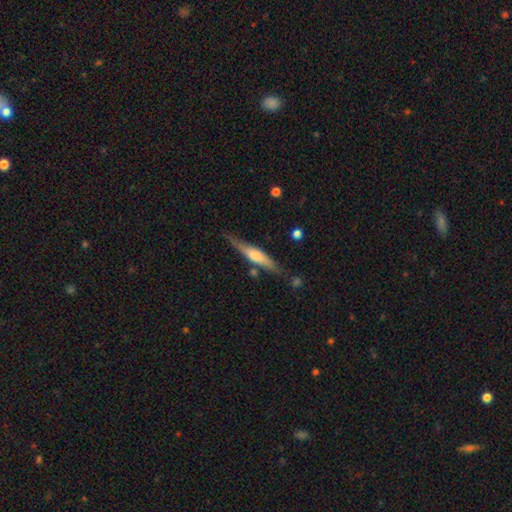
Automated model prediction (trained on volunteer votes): smooth_or_featured: featured or disk (p=0.53) [alt: smooth p=0.41]
disk_edge_on: yes (p=0.93) [alt: no p=0.07]
merging: none (p=0.73) [alt: minor disturbance p=0.18]